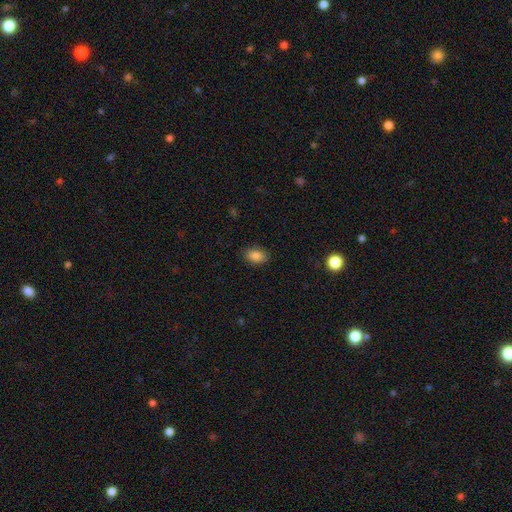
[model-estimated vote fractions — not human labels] Smooth or featured? Predicted: smooth (p=0.86). How rounded? Predicted: in between (p=0.87). Merging? Predicted: none (p=0.87).